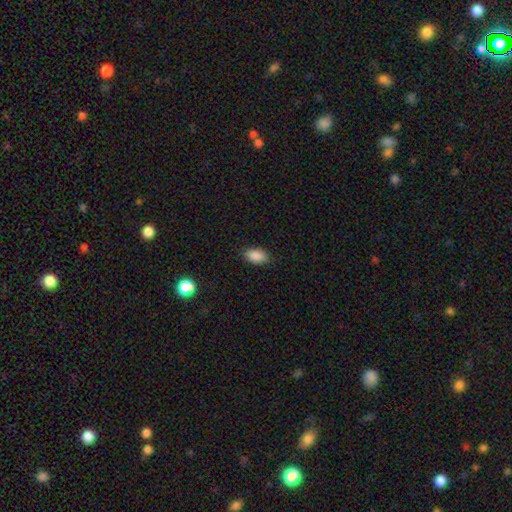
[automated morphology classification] Smooth or featured: smooth — 88% (star or artifact — 8%)
How rounded: in between — 91% (round — 6%)
Merging: none — 86% (minor disturbance — 11%)